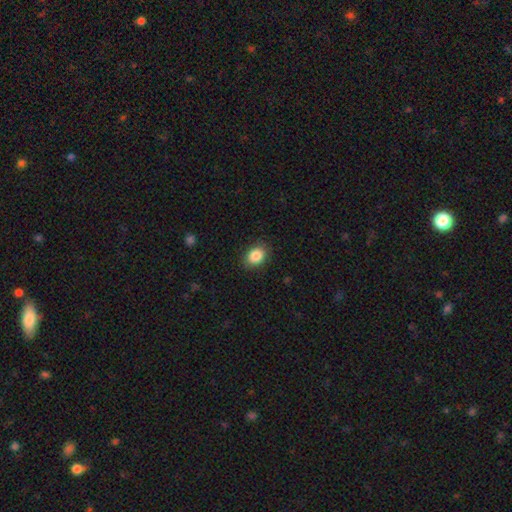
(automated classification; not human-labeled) Smooth or featured? Predicted: smooth (p=0.87). How rounded? Predicted: in between (p=0.64). Merging? Predicted: none (p=0.87).